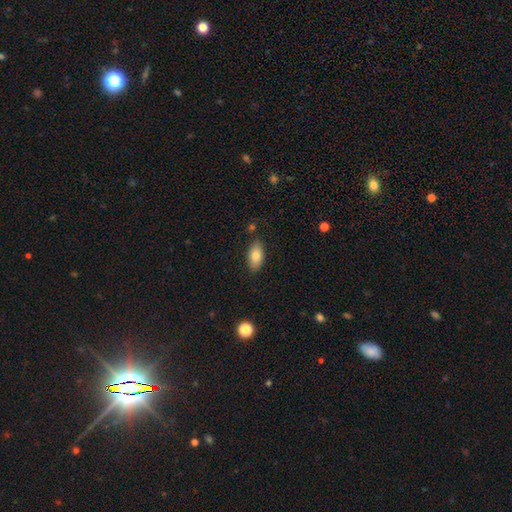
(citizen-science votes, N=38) smooth-or-featured: smooth: 97% | star or artifact: 3% | featured or disk: 0%
  how-rounded: in between: 73% | cigar-shaped: 19% | round: 8%
  merging: none: 84% | minor disturbance: 8% | major disturbance: 5% | merger: 3%